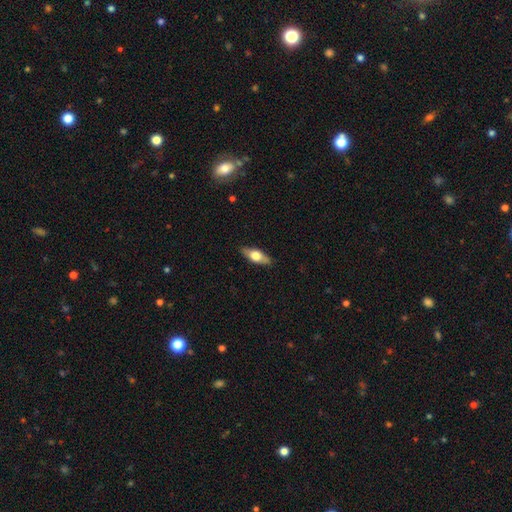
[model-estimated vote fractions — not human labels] A smooth galaxy with no disk features (53%) that is in between round and cigar-shaped (71%). Merging: none (86%).